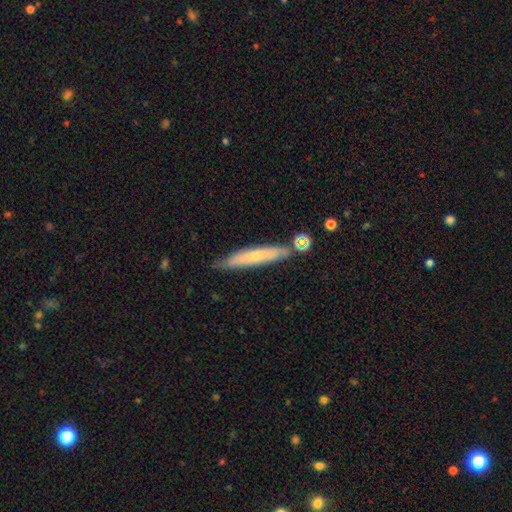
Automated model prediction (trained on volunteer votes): A smooth galaxy with no disk features (50%) that is cigar-shaped (92%).

Vote fractions:
- Smooth or featured? smooth: 50% / featured or disk: 43% / star or artifact: 7%
- How rounded? cigar-shaped: 92% / in between: 7% / round: 1%
- Merging? none: 77% / minor disturbance: 15% / merger: 6% / major disturbance: 3%